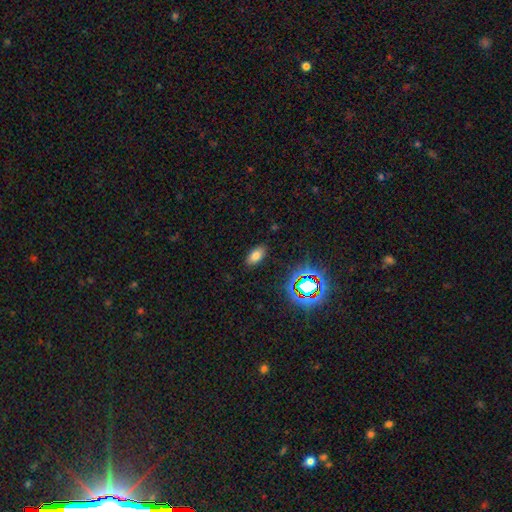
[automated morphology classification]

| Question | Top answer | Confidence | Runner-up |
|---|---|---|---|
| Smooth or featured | smooth | 73% | star or artifact (18%) |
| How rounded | in between | 91% | round (4%) |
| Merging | none | 87% | minor disturbance (9%) |